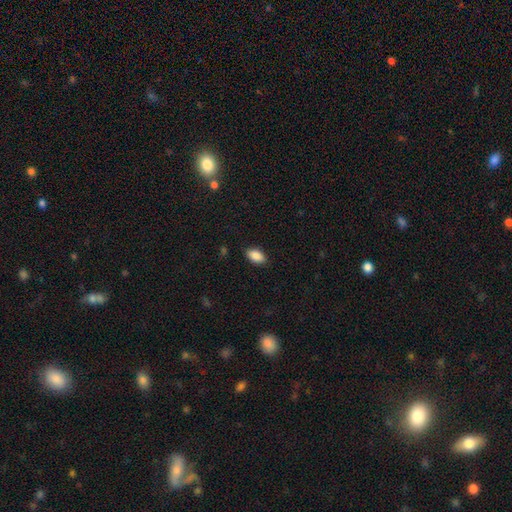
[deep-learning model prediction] Smooth or featured? smooth (88%)
How rounded? in between (93%)
Merging? none (87%)